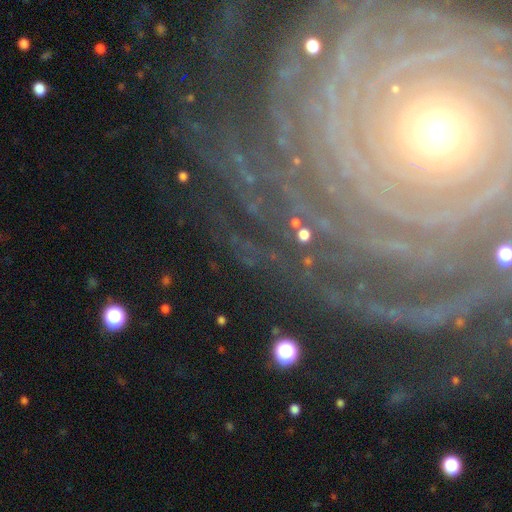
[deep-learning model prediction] Smooth or featured? featured or disk (85%)
Edge-on disk? no (96%)
Bar? no (72%)
Spiral arms? yes (95%)
Spiral winding? tight (85%)
Spiral arm count? more than 4 (41%)
Bulge size? small (53%)
Merging? none (79%)